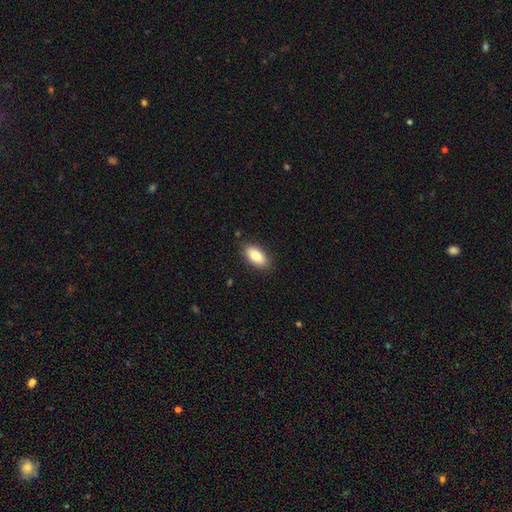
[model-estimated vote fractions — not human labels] This is clearly a smooth galaxy (83%). How rounded: clearly in between (92%). Merging: clearly none (87%).